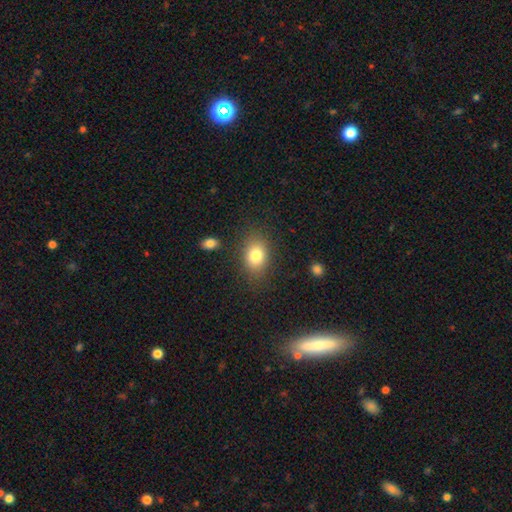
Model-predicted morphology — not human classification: Smooth or featured? Predicted: smooth (p=0.80). How rounded? Predicted: in between (p=0.70). Merging? Predicted: none (p=0.82).